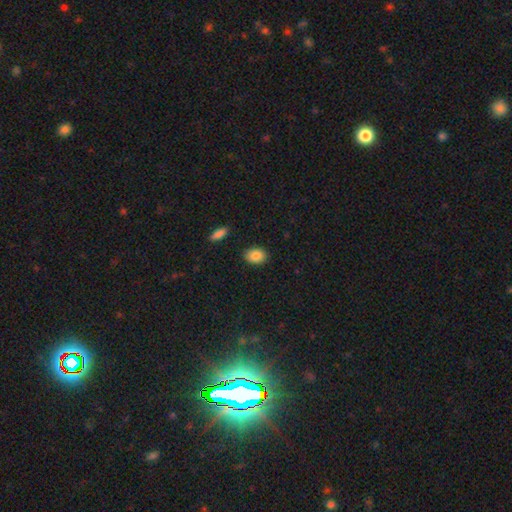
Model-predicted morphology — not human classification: Smooth or featured? Predicted: smooth (p=0.87). How rounded? Predicted: in between (p=0.78). Merging? Predicted: none (p=0.88).